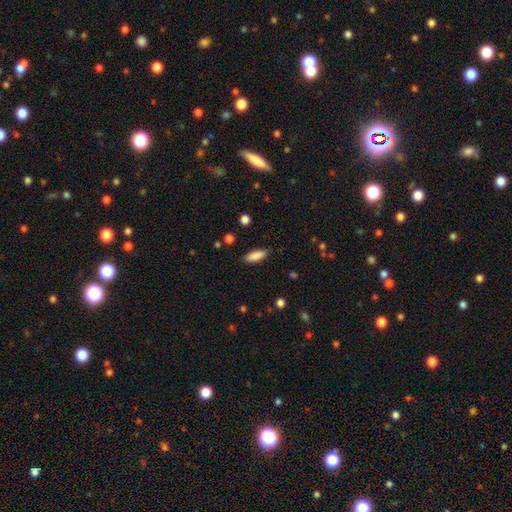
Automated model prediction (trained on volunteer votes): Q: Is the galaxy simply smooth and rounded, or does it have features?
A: smooth — 87%.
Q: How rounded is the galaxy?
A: in between — 73%.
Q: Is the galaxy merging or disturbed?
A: none — 85%.